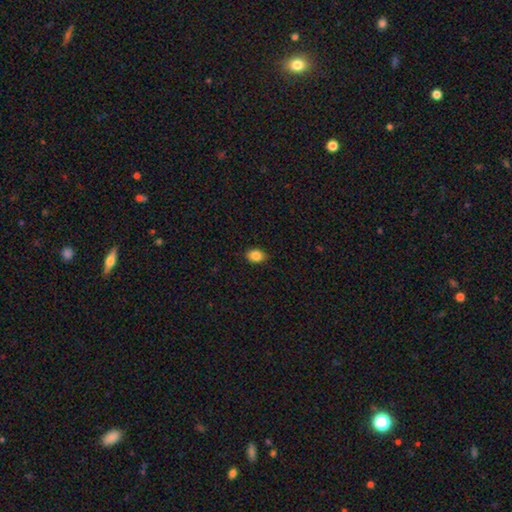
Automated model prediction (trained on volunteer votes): This appears to be a smooth galaxy with no disk features (87%) that is in between round and cigar-shaped (69%). Merging: none (87%).